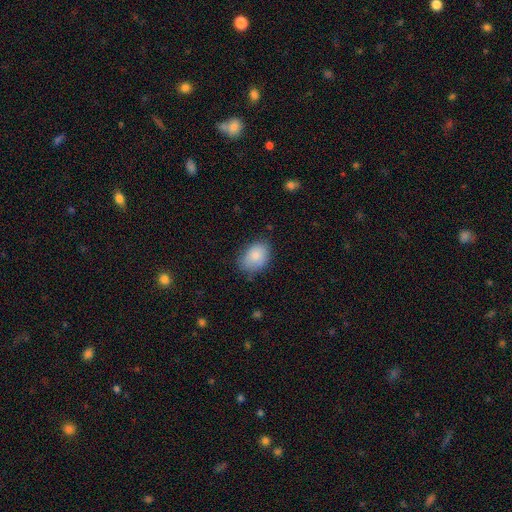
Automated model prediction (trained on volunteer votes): smooth 85%, featured or disk 8%, star or artifact 7%. Down the decision tree: how rounded — in between (74%); merging — none (69%).